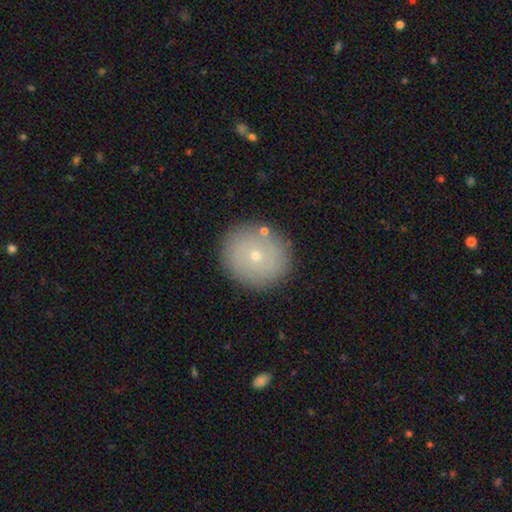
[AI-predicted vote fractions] A smooth galaxy with no disk features (64%) that is round (88%). Merging: none (87%).